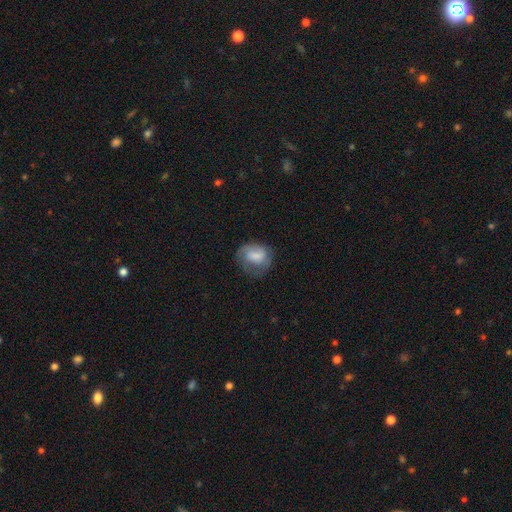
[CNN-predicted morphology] Overall: smooth (53%; featured or disk 39%). How rounded: round (56%; in between 43%). Merging: none (52%; minor disturbance 26%).